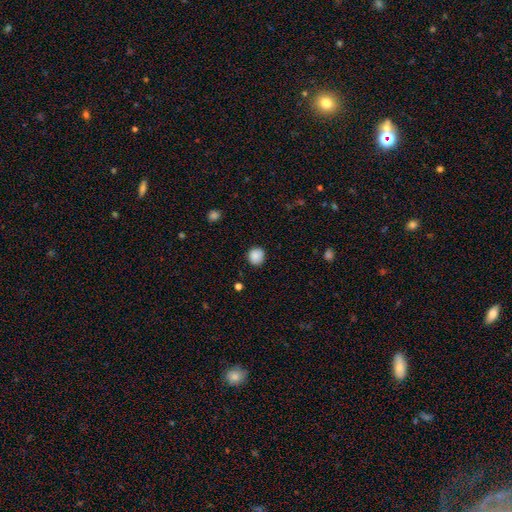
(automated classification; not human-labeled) smooth 87%, star or artifact 9%, featured or disk 4%. Down the decision tree: how rounded — round (88%); merging — none (85%).